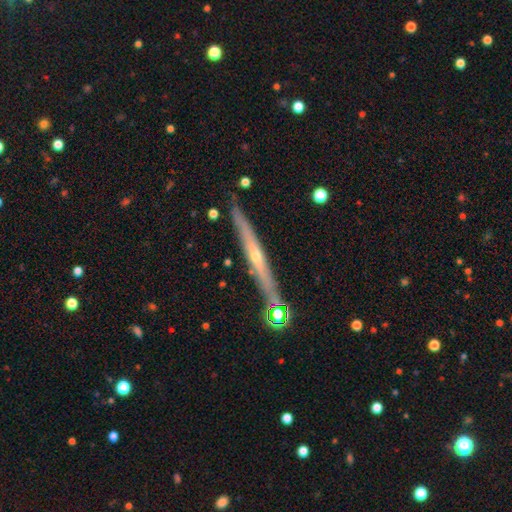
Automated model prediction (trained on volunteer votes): Morphology: type=featured or disk (75%); edge-on=yes (96%); edge-on bulge=rounded (68%); merging=none (87%).